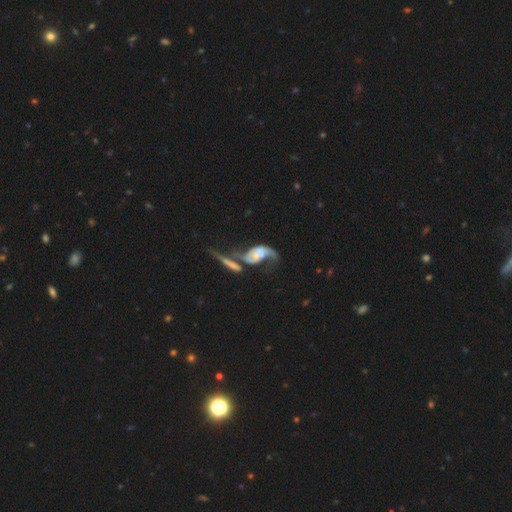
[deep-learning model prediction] Smooth or featured?
  - featured or disk: 79% *
  - smooth: 14%
  - star or artifact: 6%
Edge-on disk?
  - no: 92% *
  - yes: 8%
Bar?
  - no: 59% *
  - weak: 29%
  - strong: 11%
Spiral arms?
  - yes: 89% *
  - no: 11%
Spiral winding?
  - loose: 67% *
  - medium: 24%
  - tight: 10%
Spiral arm count?
  - 2: 77% *
  - 1: 13%
  - can't tell: 7%
  - 3: 1%
  - 4: 1%
  - more than 4: 1%
Bulge size?
  - small: 47% *
  - moderate: 32%
  - none: 14%
  - large: 6%
  - dominant: 2%
Merging?
  - merger: 46% *
  - none: 22%
  - major disturbance: 21%
  - minor disturbance: 11%